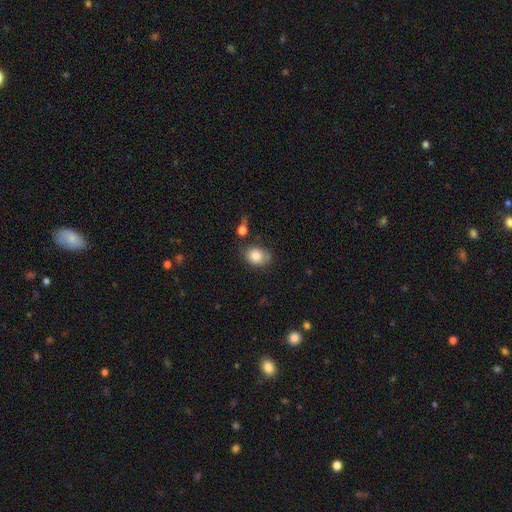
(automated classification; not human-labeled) smooth-or-featured: smooth: 81% | featured or disk: 10% | star or artifact: 9%
  how-rounded: in between: 50% | round: 49% | cigar-shaped: 1%
  merging: none: 60% | minor disturbance: 23% | merger: 10% | major disturbance: 7%